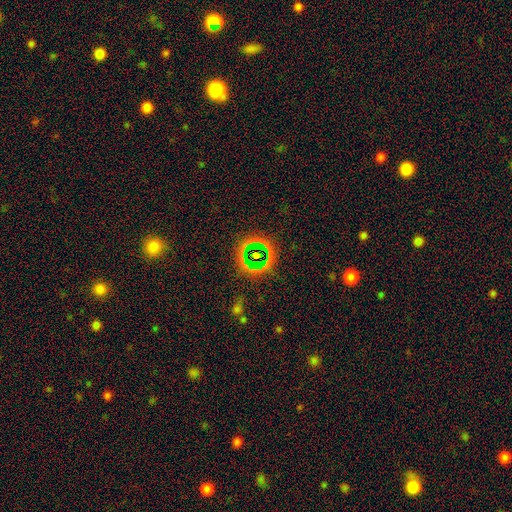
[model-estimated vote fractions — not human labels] Overall: star or artifact (68%).